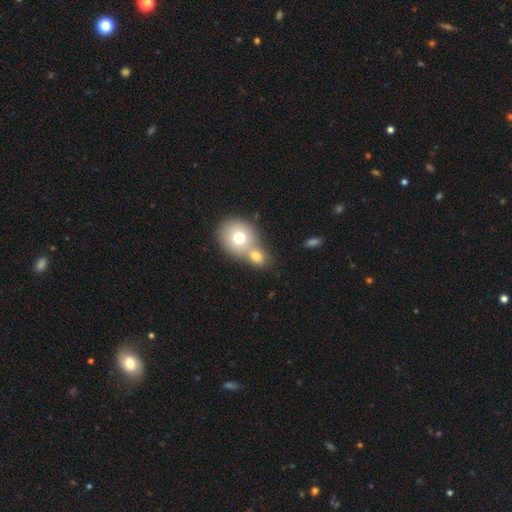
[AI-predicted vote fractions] This is likely a smooth galaxy (73%). How rounded: likely round (66%). Merging: likely merger (61%).